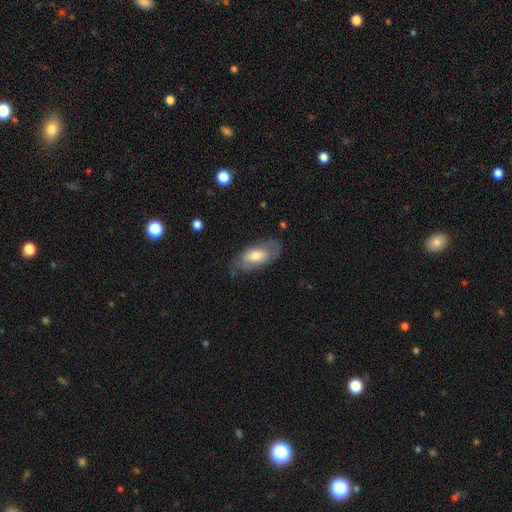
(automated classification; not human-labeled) smooth 61%, featured or disk 33%, star or artifact 6%. Down the decision tree: how rounded — in between (90%); merging — none (66%).